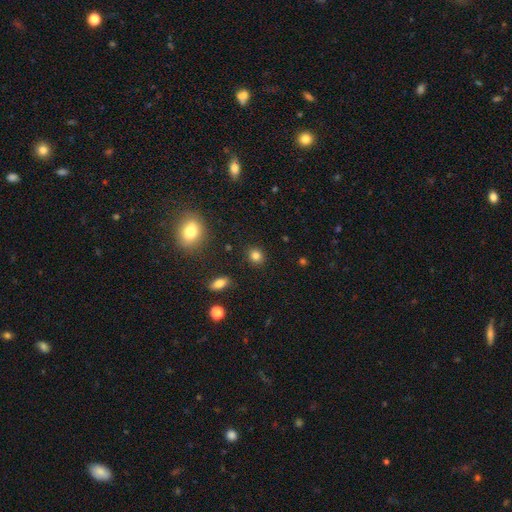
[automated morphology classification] smooth_or_featured: smooth (p=0.83) [alt: star or artifact p=0.12]
how_rounded: round (p=0.72) [alt: in between p=0.27]
merging: none (p=0.89) [alt: minor disturbance p=0.07]